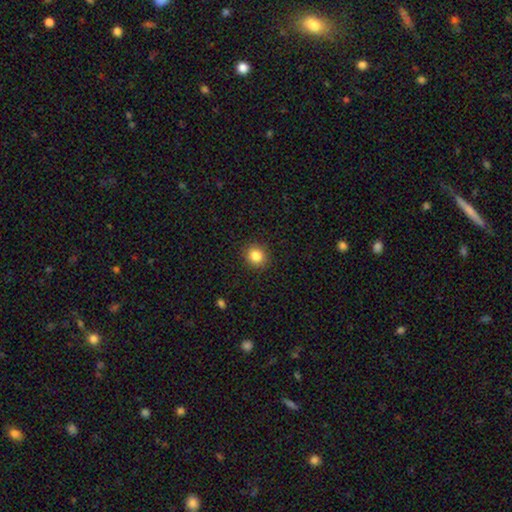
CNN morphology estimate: Smooth or featured? smooth (84%)
How rounded? round (86%)
Merging? none (91%)